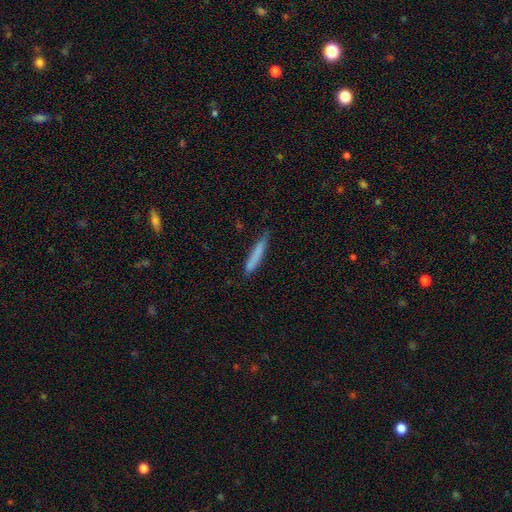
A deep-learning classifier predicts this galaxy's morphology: smooth 76%, featured or disk 17%, star or artifact 7%. Down the decision tree: how rounded — cigar-shaped (94%); merging — none (76%).